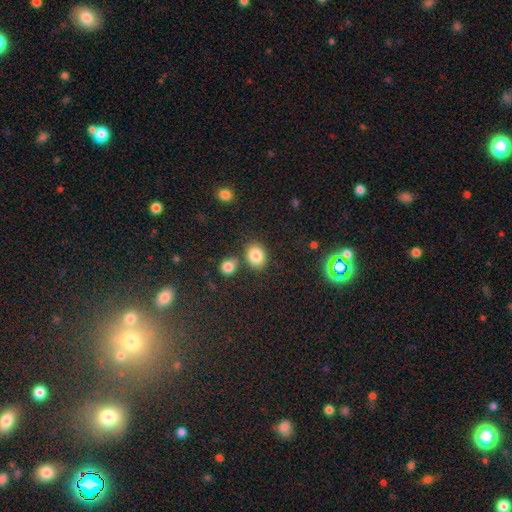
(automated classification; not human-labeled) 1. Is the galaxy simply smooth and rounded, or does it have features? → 83% smooth, 10% star or artifact, 7% featured or disk.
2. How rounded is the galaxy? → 54% in between, 45% round, 1% cigar-shaped.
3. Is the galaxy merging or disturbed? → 72% none, 14% merger, 11% minor disturbance, 3% major disturbance.